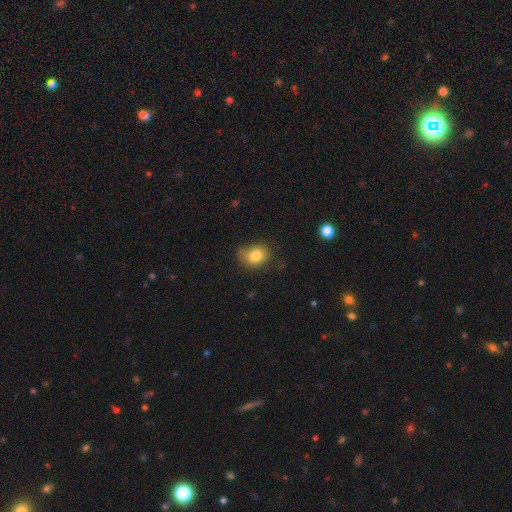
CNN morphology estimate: smooth-or-featured: smooth: 81% | star or artifact: 10% | featured or disk: 8%
  how-rounded: round: 56% | in between: 43% | cigar-shaped: 1%
  merging: none: 64% | minor disturbance: 26% | major disturbance: 7% | merger: 2%